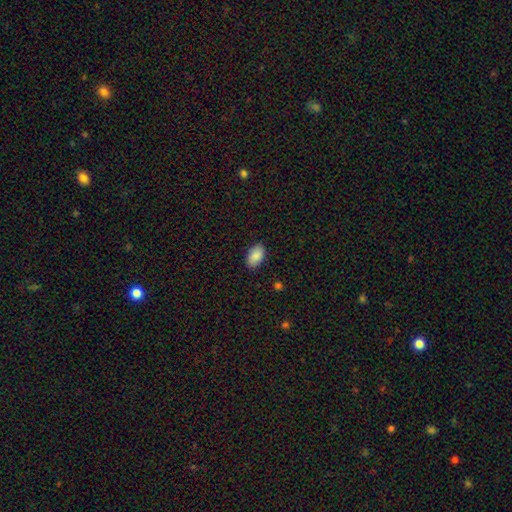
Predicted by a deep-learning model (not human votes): Smooth or featured? smooth (89%)
How rounded? in between (93%)
Merging? none (88%)